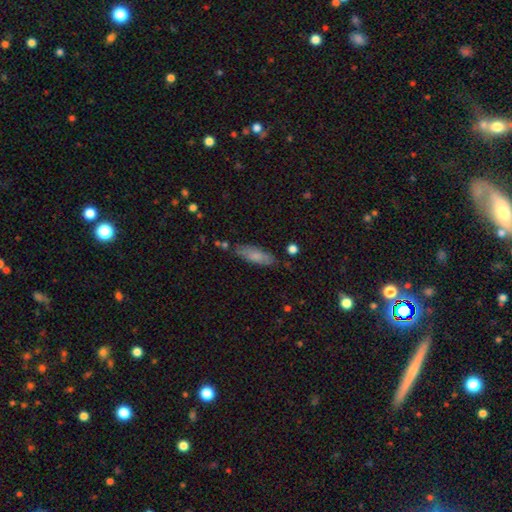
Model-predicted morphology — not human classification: Q: Smooth or featured?
A: smooth (76%); runner-up: featured or disk (17%)
Q: How rounded?
A: in between (55%); runner-up: cigar-shaped (43%)
Q: Merging?
A: none (75%); runner-up: minor disturbance (17%)